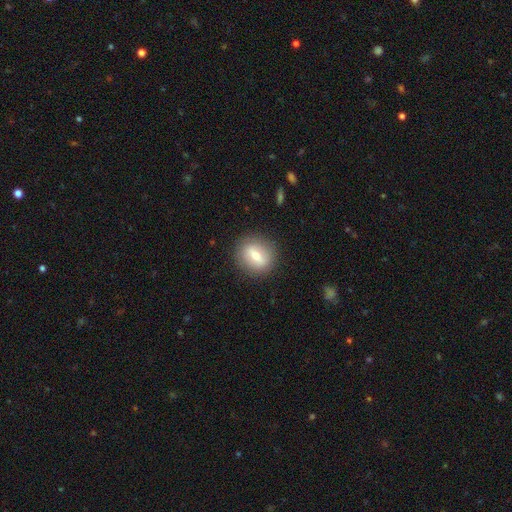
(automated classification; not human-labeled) This is likely a smooth galaxy (61%). How rounded: likely round (65%). Merging: clearly none (85%).